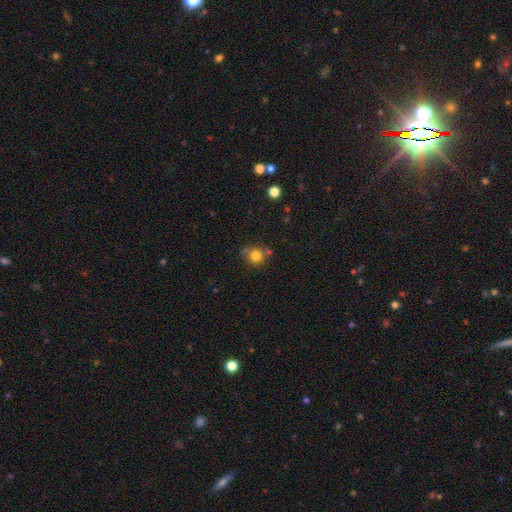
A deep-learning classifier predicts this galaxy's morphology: type=smooth (80%); roundness=round (88%); merging=none (67%).